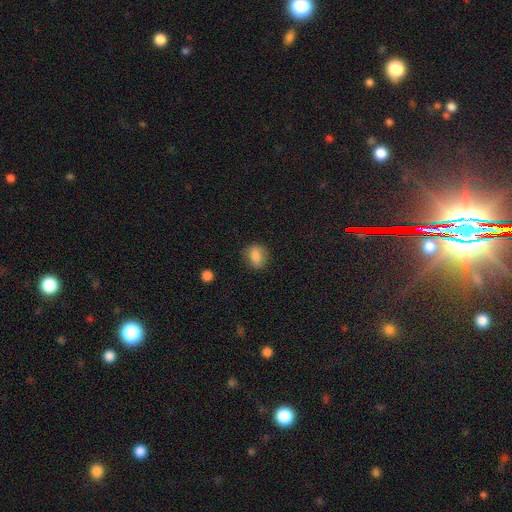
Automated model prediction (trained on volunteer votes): This appears to be a smooth galaxy with no disk features (84%) that is in between round and cigar-shaped (52%). Merging: none (76%).